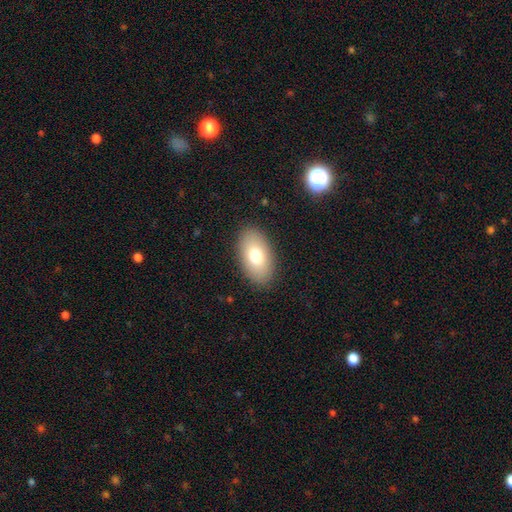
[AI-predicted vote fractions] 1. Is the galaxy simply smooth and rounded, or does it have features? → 74% smooth, 18% featured or disk, 8% star or artifact.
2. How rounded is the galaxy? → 93% in between, 5% round, 2% cigar-shaped.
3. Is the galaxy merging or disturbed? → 88% none, 8% minor disturbance, 3% major disturbance, 1% merger.